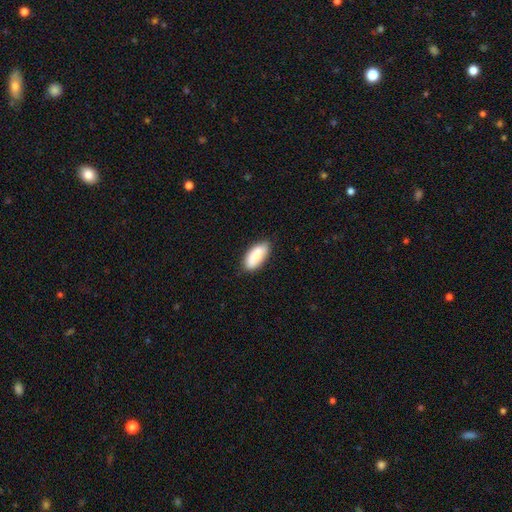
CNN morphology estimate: Smooth or featured: smooth — 87% (featured or disk — 7%)
How rounded: in between — 88% (cigar-shaped — 10%)
Merging: none — 80% (minor disturbance — 16%)